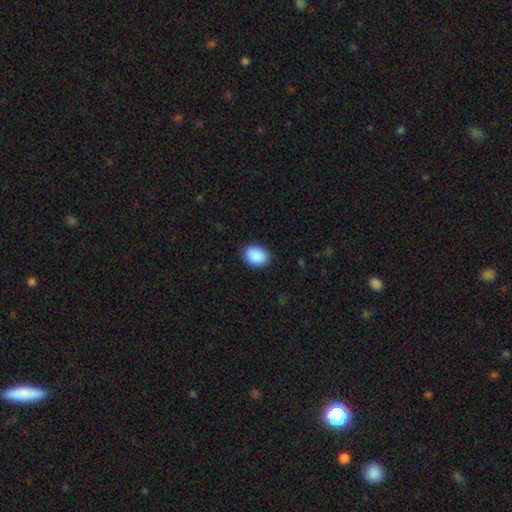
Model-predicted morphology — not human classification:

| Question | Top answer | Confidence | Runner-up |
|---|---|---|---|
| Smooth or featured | smooth | 91% | star or artifact (7%) |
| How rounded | in between | 72% | round (27%) |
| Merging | none | 88% | minor disturbance (9%) |